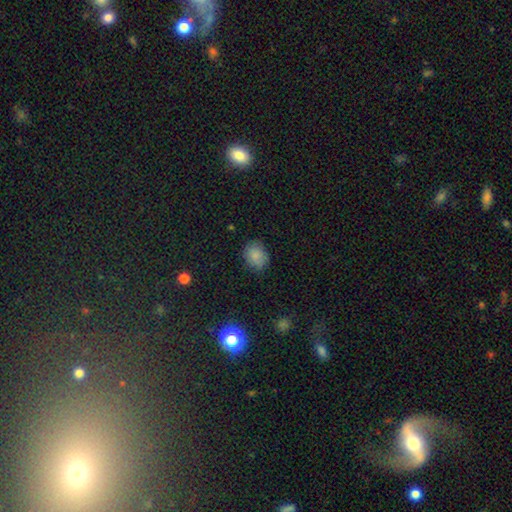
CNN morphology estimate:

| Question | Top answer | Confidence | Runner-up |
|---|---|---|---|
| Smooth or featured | smooth | 83% | star or artifact (10%) |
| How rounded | round | 53% | in between (46%) |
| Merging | none | 76% | minor disturbance (19%) |